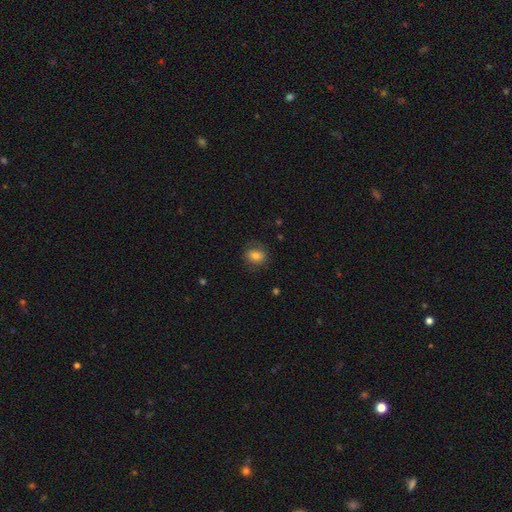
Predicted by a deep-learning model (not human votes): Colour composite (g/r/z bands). It shows a smooth galaxy with no disk features (75%) that is round (58%). Merging: none (77%).